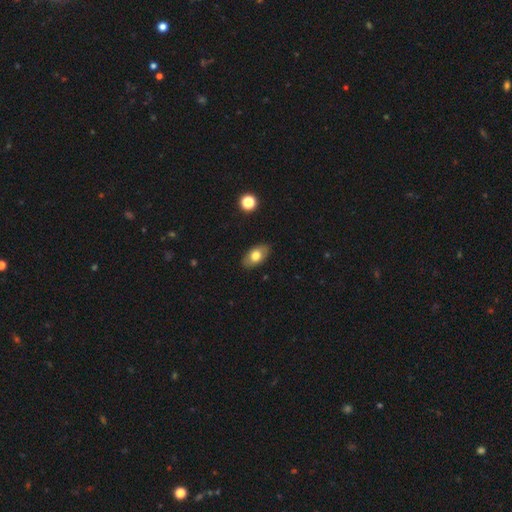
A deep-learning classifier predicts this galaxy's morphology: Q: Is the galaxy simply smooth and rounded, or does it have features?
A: smooth — 73%.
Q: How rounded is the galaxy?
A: in between — 91%.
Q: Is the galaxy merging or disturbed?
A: none — 87%.